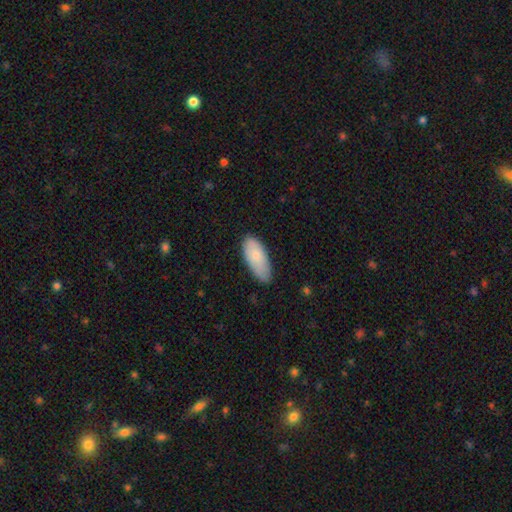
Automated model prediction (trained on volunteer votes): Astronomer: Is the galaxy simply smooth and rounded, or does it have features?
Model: smooth — 82%.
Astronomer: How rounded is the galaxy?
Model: in between — 87%.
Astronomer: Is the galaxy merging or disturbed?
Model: none — 68%.